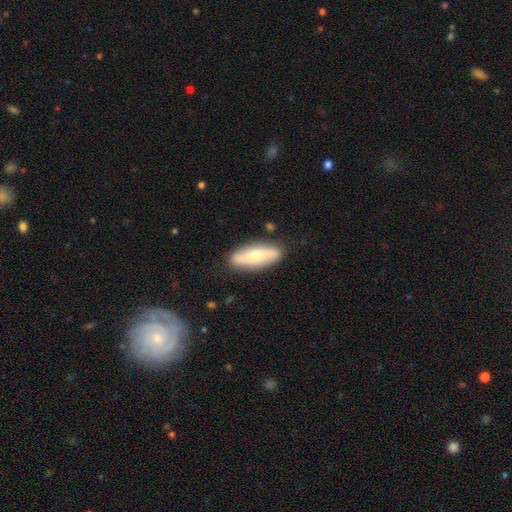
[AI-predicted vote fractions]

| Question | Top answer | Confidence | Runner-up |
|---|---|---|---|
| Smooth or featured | smooth | 64% | featured or disk (31%) |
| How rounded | in between | 60% | cigar-shaped (37%) |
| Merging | none | 84% | minor disturbance (11%) |